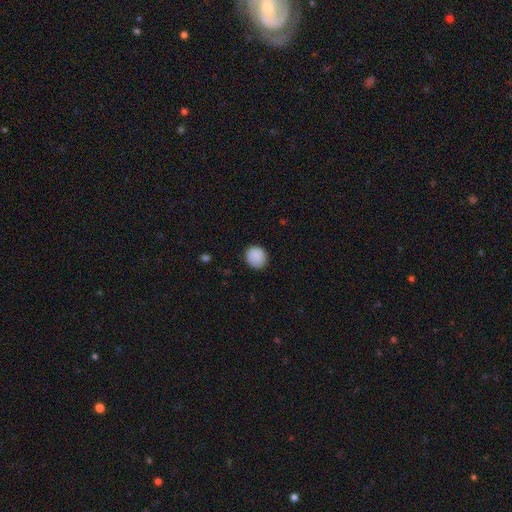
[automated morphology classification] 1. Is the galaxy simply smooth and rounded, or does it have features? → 89% smooth, 8% star or artifact, 4% featured or disk.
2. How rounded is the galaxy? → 86% round, 13% in between, 1% cigar-shaped.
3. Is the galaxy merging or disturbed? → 86% none, 11% minor disturbance, 2% major disturbance, 1% merger.